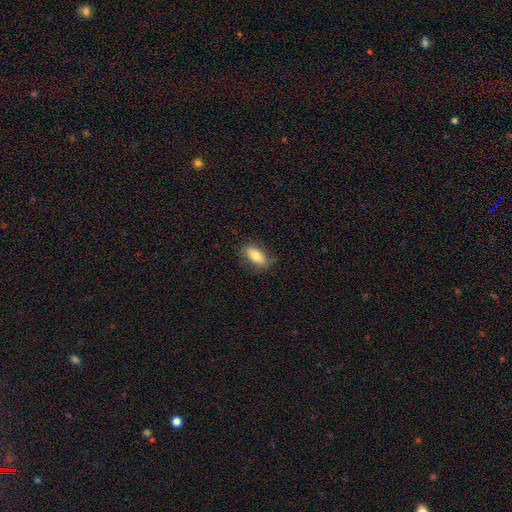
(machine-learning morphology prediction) smooth-or-featured: smooth: 74% | featured or disk: 20% | star or artifact: 7%
  how-rounded: in between: 84% | cigar-shaped: 13% | round: 4%
  merging: none: 76% | minor disturbance: 18% | major disturbance: 5% | merger: 1%